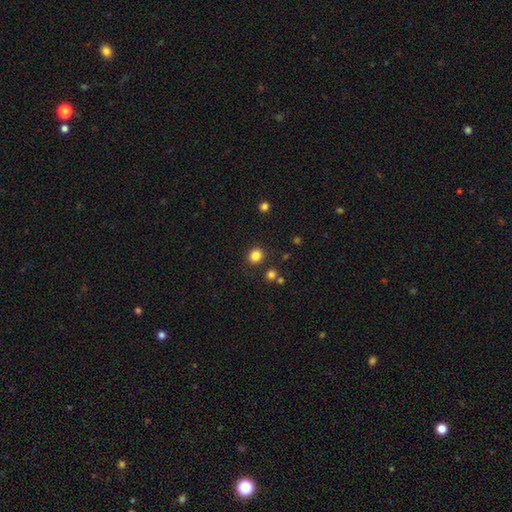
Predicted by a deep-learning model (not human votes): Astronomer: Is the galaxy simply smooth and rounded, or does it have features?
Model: smooth — 83%.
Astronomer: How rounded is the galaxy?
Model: round — 87%.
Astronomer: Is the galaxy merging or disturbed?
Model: none — 88%.